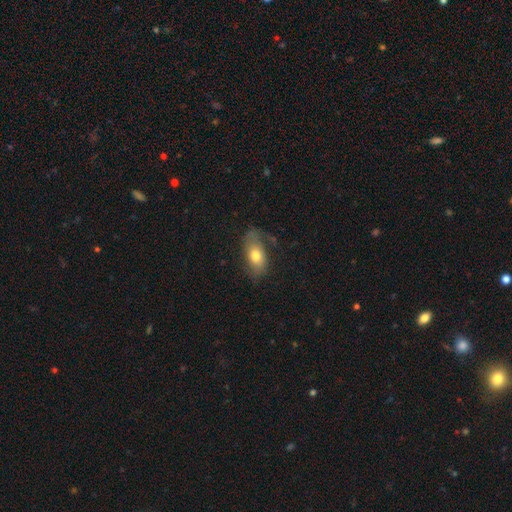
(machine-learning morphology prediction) smooth 61%, featured or disk 31%, star or artifact 7%. Down the decision tree: how rounded — in between (88%); merging — none (57%).